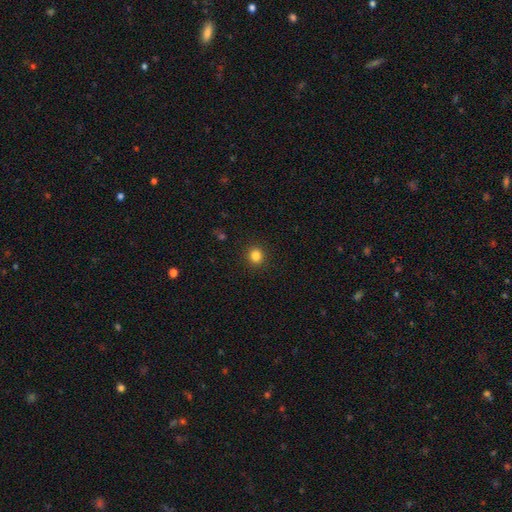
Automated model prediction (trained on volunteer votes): Overall: smooth (83%). How rounded: round (87%). Merging: none (92%).